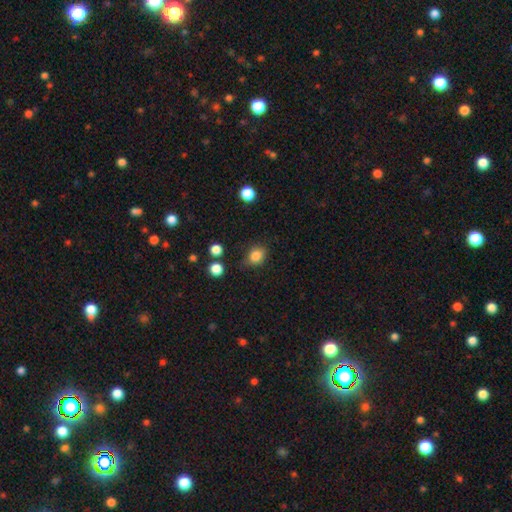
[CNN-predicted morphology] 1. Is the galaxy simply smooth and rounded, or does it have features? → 84% smooth, 11% star or artifact, 5% featured or disk.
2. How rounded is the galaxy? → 50% round, 49% in between, 1% cigar-shaped.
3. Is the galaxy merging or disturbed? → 71% none, 21% minor disturbance, 5% major disturbance, 3% merger.